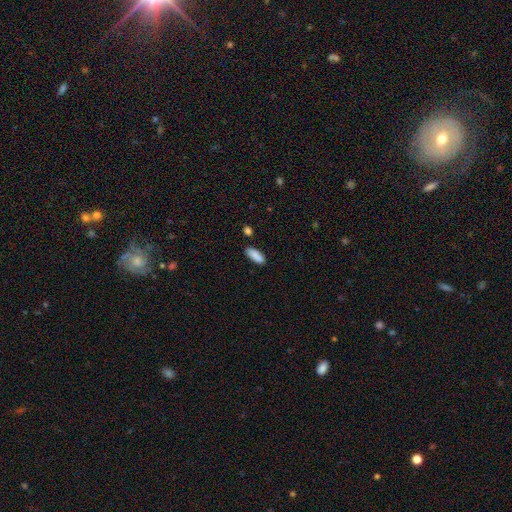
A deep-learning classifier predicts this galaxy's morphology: smooth-or-featured: smooth: 89% | star or artifact: 7% | featured or disk: 5%
  how-rounded: in between: 73% | cigar-shaped: 25% | round: 2%
  merging: none: 81% | minor disturbance: 13% | merger: 4% | major disturbance: 3%